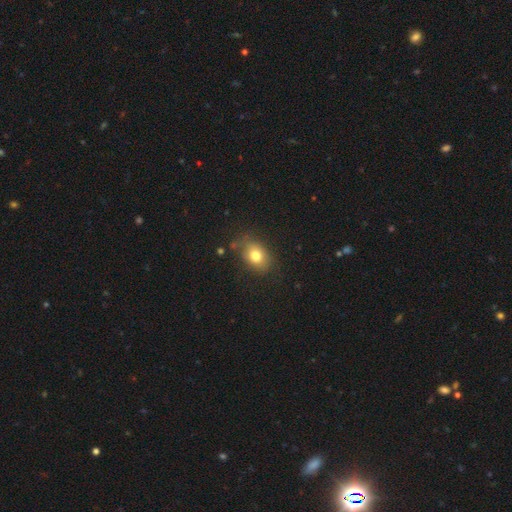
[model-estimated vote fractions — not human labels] Overall: smooth (77%). How rounded: in between (70%). Merging: none (72%).